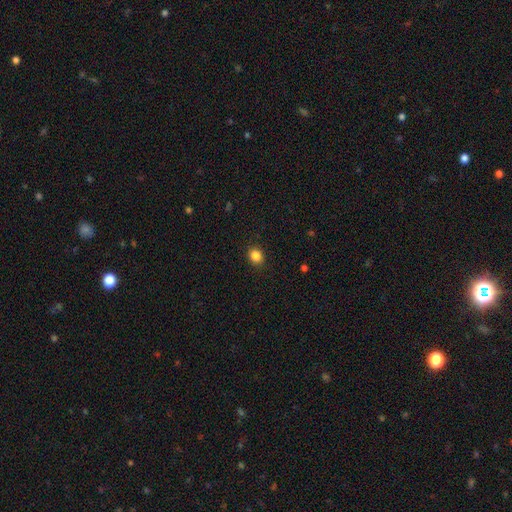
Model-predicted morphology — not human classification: Overall: smooth (85%). How rounded: round (67%; in between 33%). Merging: none (91%).